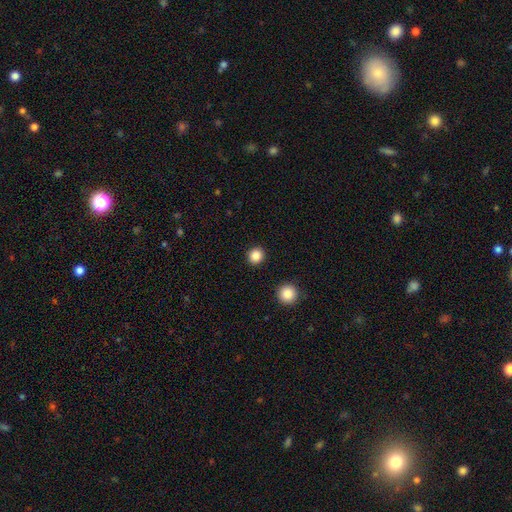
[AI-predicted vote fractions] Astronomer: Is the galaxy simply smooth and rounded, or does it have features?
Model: smooth — 86%.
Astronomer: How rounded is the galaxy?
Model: round — 90%.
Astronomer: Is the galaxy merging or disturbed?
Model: none — 92%.